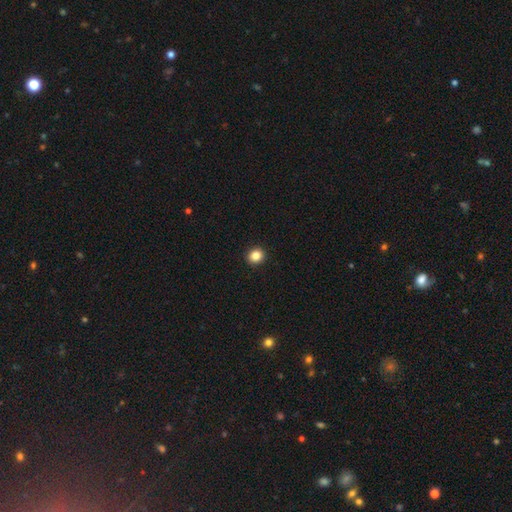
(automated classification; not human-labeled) smooth-or-featured: smooth: 85% | star or artifact: 10% | featured or disk: 4%
  how-rounded: round: 86% | in between: 13% | cigar-shaped: 1%
  merging: none: 93% | minor disturbance: 4% | major disturbance: 1% | merger: 1%